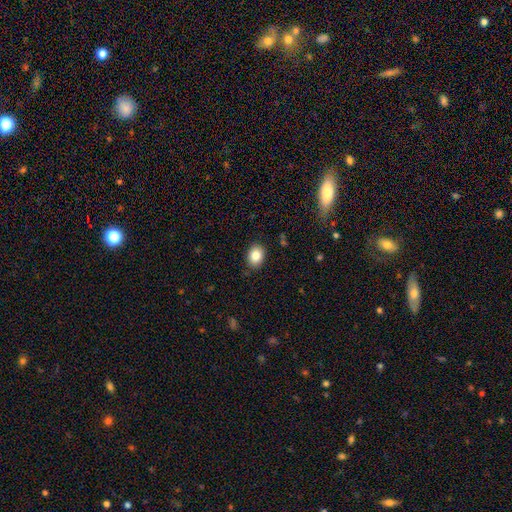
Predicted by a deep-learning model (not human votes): This is clearly a smooth galaxy (84%). How rounded: possibly in between (58%). Merging: clearly none (87%).